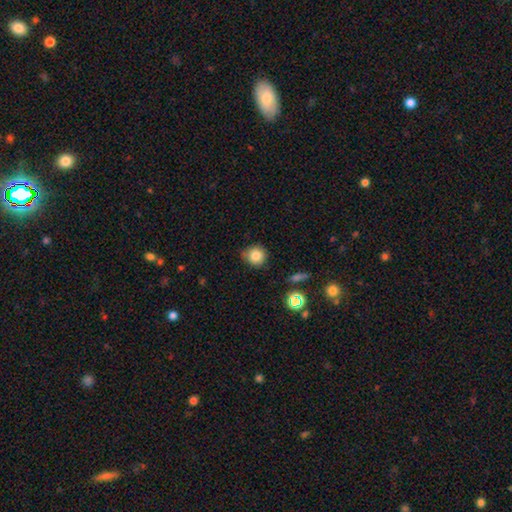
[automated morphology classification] A smooth galaxy with no disk features (83%) that is round (89%). Merging: none (73%).